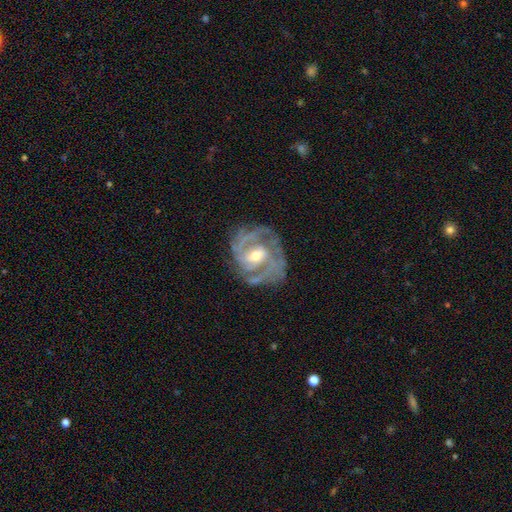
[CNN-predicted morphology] smooth-or-featured: featured or disk: 89% | smooth: 5% | star or artifact: 5%
  disk-edge-on: no: 97% | yes: 3%
    bar: weak: 47% | no: 30% | strong: 23%
    has-spiral-arms: yes: 96% | no: 4%
      spiral-winding: tight: 51% | medium: 40% | loose: 8%
      spiral-arm-count: 2: 39% | 3: 29% | can't tell: 16% | 4: 7% | 1: 5% | more than 4: 4%
    bulge-size: moderate: 57% | small: 39% | large: 2% | none: 1% | dominant: 1%
  merging: none: 69% | minor disturbance: 20% | major disturbance: 10% | merger: 2%